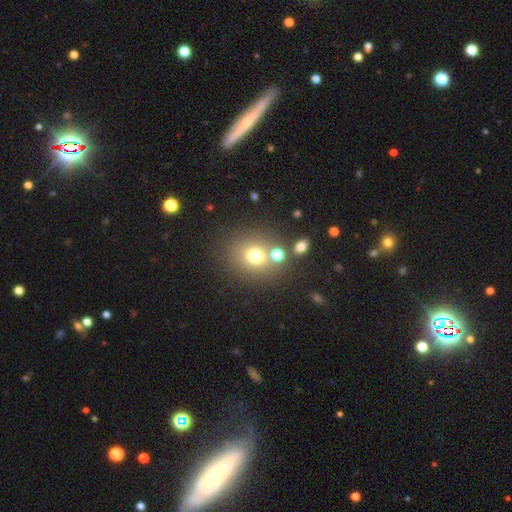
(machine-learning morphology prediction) Overall: smooth (71%). How rounded: round (80%). Merging: none (69%).